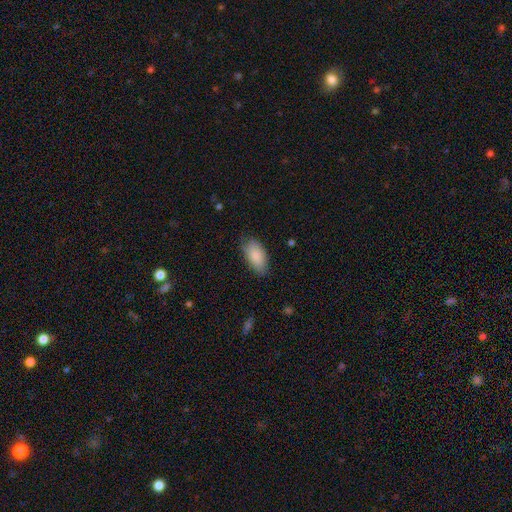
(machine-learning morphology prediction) smooth-or-featured: smooth: 87% | featured or disk: 7% | star or artifact: 6%
  how-rounded: in between: 93% | cigar-shaped: 4% | round: 2%
  merging: none: 77% | minor disturbance: 18% | major disturbance: 4% | merger: 1%